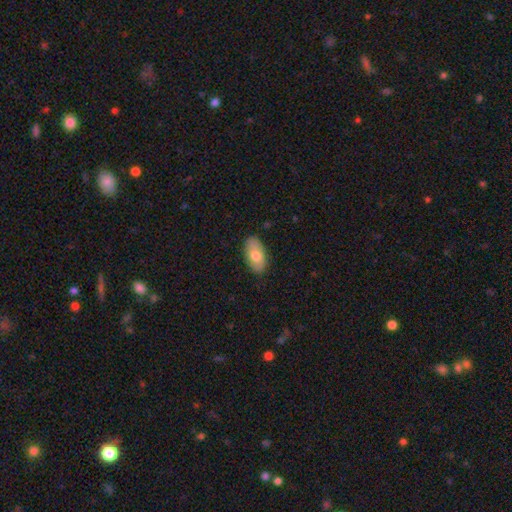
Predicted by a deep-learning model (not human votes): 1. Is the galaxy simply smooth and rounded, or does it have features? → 72% smooth, 22% featured or disk, 6% star or artifact.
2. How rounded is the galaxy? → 94% in between, 4% round, 2% cigar-shaped.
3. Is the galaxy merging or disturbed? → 84% none, 12% minor disturbance, 2% major disturbance, 1% merger.